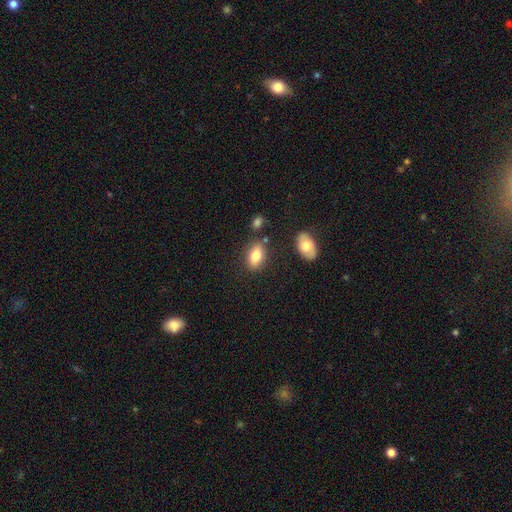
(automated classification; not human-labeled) A smooth galaxy with no disk features (80%) that is in between round and cigar-shaped (88%).

Vote fractions:
- Smooth or featured? smooth: 80% / featured or disk: 12% / star or artifact: 7%
- How rounded? in between: 88% / round: 9% / cigar-shaped: 3%
- Merging? none: 78% / minor disturbance: 13% / merger: 6% / major disturbance: 3%